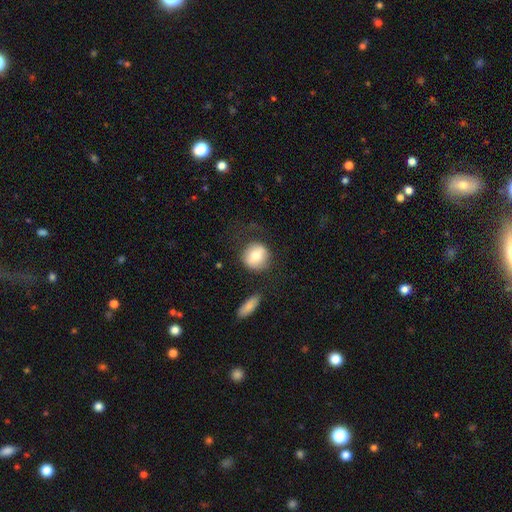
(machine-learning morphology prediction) Smooth or featured?
  - smooth: 72% *
  - featured or disk: 21%
  - star or artifact: 7%
How rounded?
  - round: 90% *
  - in between: 9%
  - cigar-shaped: 1%
Merging?
  - none: 67% *
  - minor disturbance: 17%
  - major disturbance: 11%
  - merger: 5%